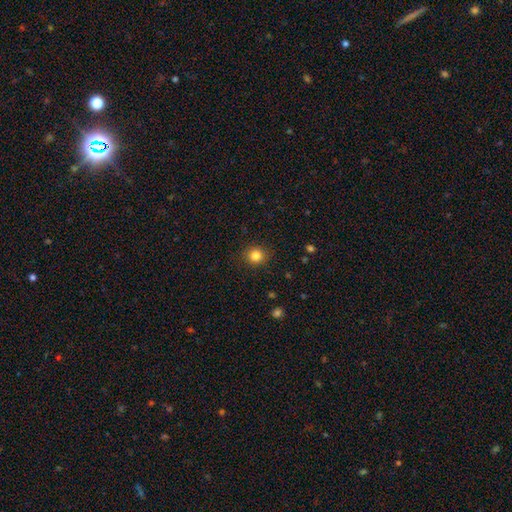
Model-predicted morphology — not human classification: A smooth galaxy with no disk features (83%) that is round (89%). Merging: none (90%).